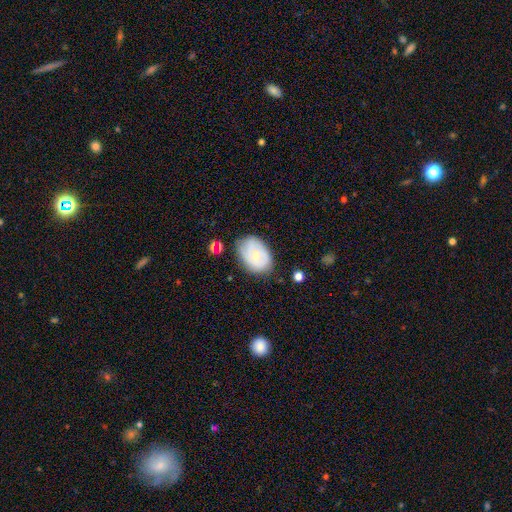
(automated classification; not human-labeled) smooth_or_featured: smooth (p=0.52) [alt: featured or disk p=0.41]
how_rounded: in between (p=0.78) [alt: round p=0.21]
merging: none (p=0.62) [alt: minor disturbance p=0.27]